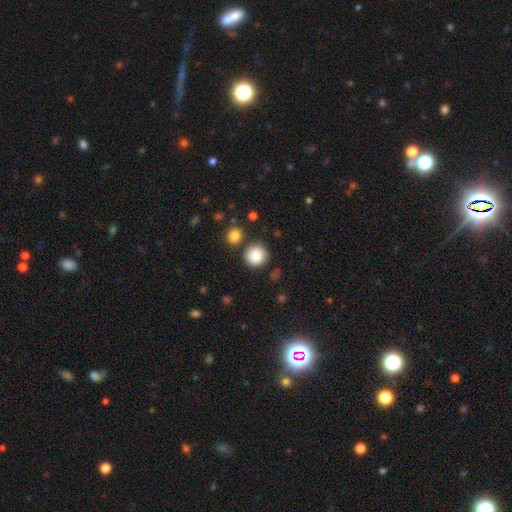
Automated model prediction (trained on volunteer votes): Smooth or featured?
  - smooth: 87% *
  - star or artifact: 8%
  - featured or disk: 5%
How rounded?
  - round: 92% *
  - in between: 7%
  - cigar-shaped: 1%
Merging?
  - none: 81% *
  - minor disturbance: 10%
  - merger: 6%
  - major disturbance: 3%